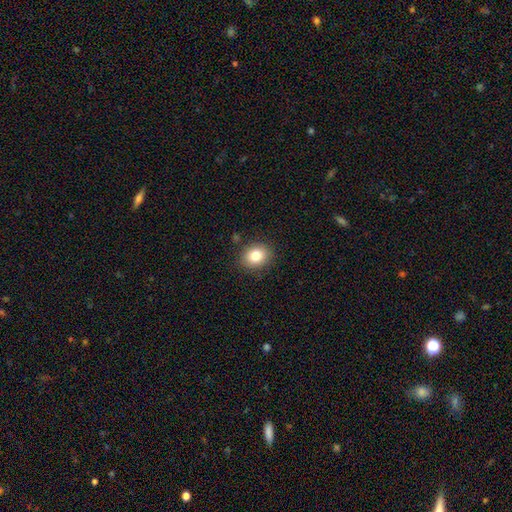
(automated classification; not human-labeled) A smooth galaxy with no disk features (81%) that is round (63%).

Vote fractions:
- Smooth or featured? smooth: 81% / star or artifact: 10% / featured or disk: 8%
- How rounded? round: 63% / in between: 36% / cigar-shaped: 1%
- Merging? none: 87% / minor disturbance: 9% / major disturbance: 2% / merger: 2%